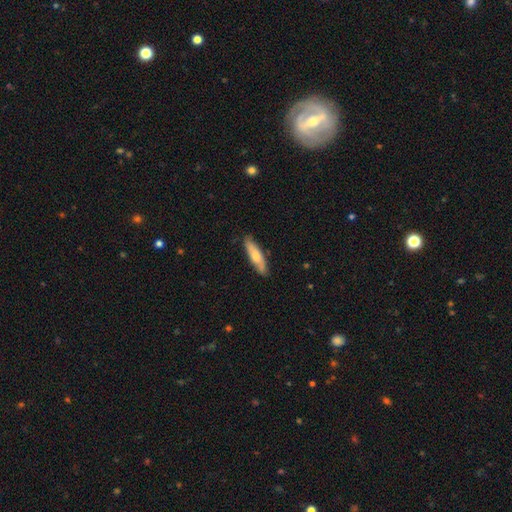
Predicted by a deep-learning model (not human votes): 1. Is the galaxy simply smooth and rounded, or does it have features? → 63% smooth, 31% featured or disk, 5% star or artifact.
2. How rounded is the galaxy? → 71% cigar-shaped, 27% in between, 2% round.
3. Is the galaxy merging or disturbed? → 85% none, 12% minor disturbance, 2% major disturbance, 1% merger.